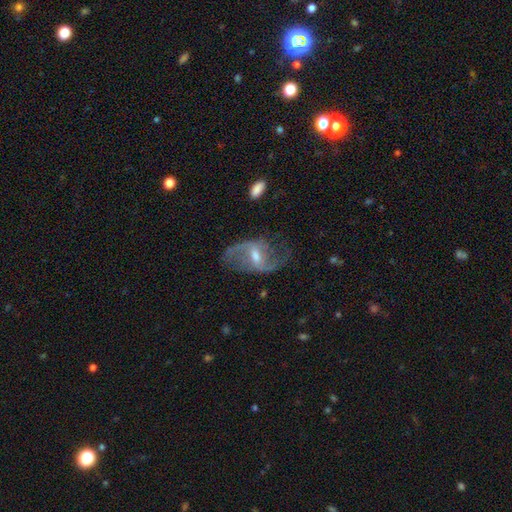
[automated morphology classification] smooth_or_featured: featured or disk (p=0.86) [alt: smooth p=0.08]
disk_edge_on: no (p=0.96) [alt: yes p=0.04]
bar: weak (p=0.55) [alt: strong p=0.28]
has_spiral_arms: yes (p=0.94) [alt: no p=0.06]
spiral_winding: loose (p=0.56) [alt: medium p=0.35]
spiral_arm_count: 2 (p=0.90) [alt: can't tell p=0.04]
bulge_size: moderate (p=0.60) [alt: small p=0.31]
merging: none (p=0.69) [alt: minor disturbance p=0.18]